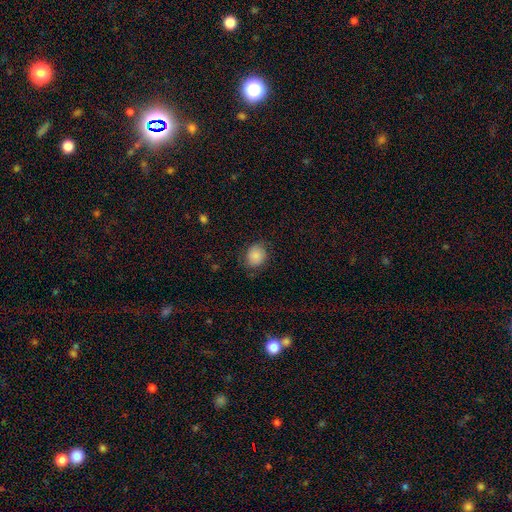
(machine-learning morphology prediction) smooth_or_featured: smooth (p=0.86) [alt: star or artifact p=0.08]
how_rounded: round (p=0.66) [alt: in between p=0.33]
merging: none (p=0.80) [alt: minor disturbance p=0.15]